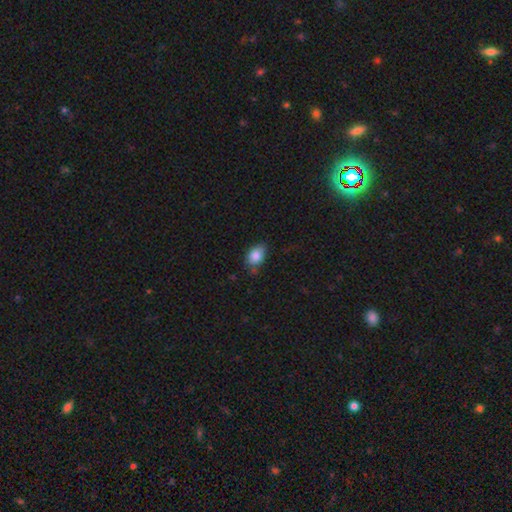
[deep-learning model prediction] smooth 86%, star or artifact 8%, featured or disk 6%. Down the decision tree: how rounded — in between (78%); merging — none (63%).